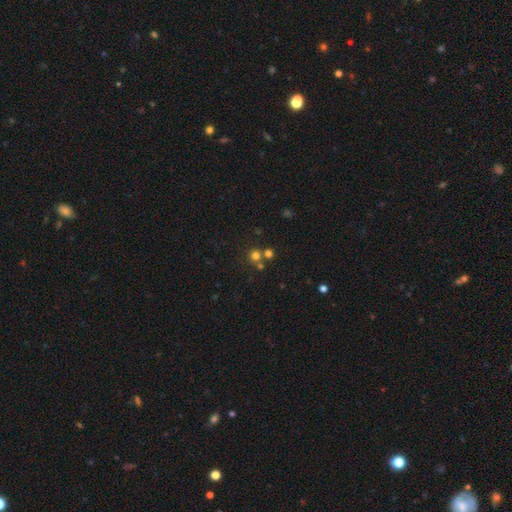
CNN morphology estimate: Overall: smooth (69%). How rounded: round (92%). Merging: none (64%; merger 27%).